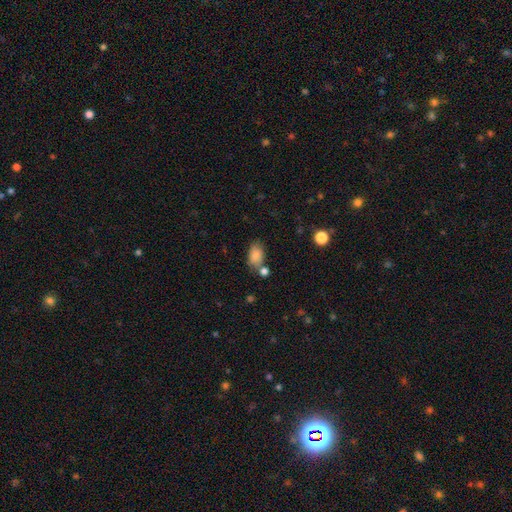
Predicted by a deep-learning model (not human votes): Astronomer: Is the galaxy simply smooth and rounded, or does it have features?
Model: smooth — 84%.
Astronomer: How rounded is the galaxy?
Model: in between — 87%.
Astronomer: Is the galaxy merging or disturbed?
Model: none — 62%.